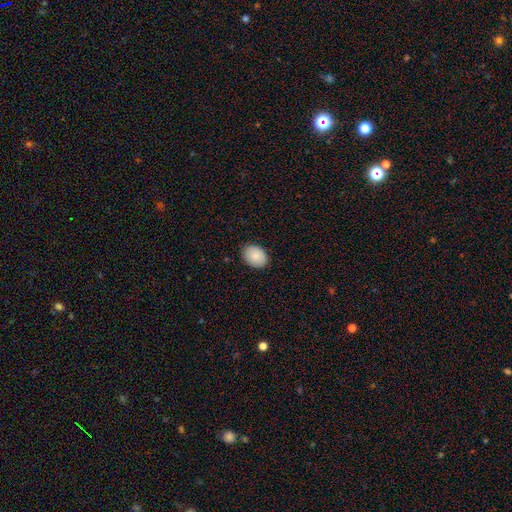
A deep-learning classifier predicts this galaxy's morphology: type=smooth (87%); roundness=in between (74%); merging=none (87%).